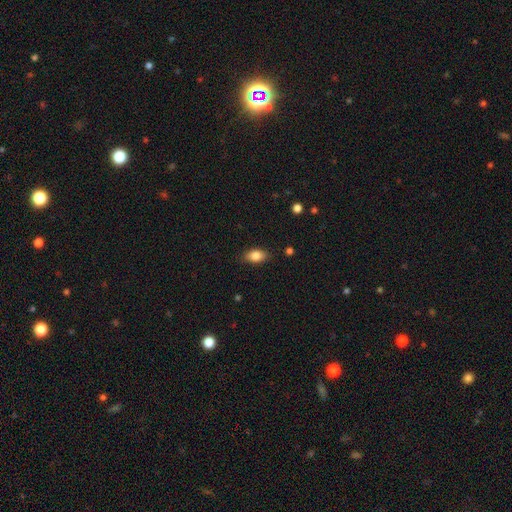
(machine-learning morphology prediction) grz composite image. It shows a smooth galaxy with no disk features (83%) that is in between round and cigar-shaped (88%). Merging: none (85%).